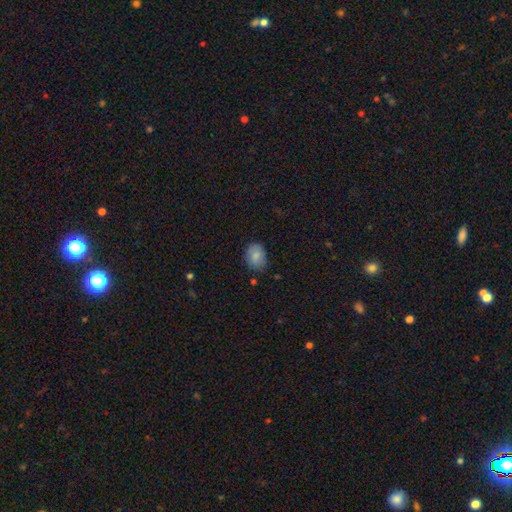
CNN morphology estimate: smooth_or_featured: smooth (p=0.83) [alt: featured or disk p=0.09]
how_rounded: in between (p=0.64) [alt: round p=0.35]
merging: none (p=0.74) [alt: minor disturbance p=0.21]